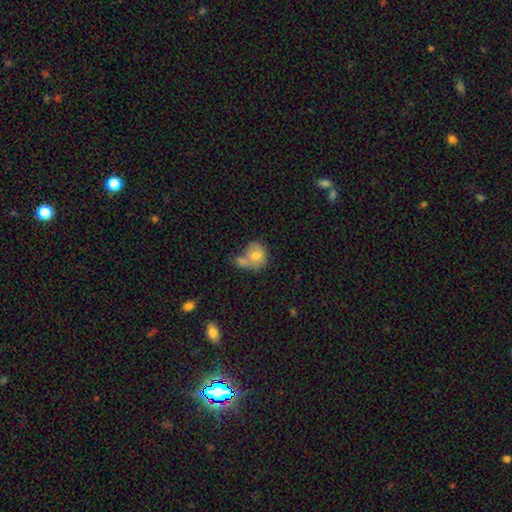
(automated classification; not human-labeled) This is likely a smooth galaxy (71%). How rounded: possibly round (57%). Merging: possibly merger (51%).